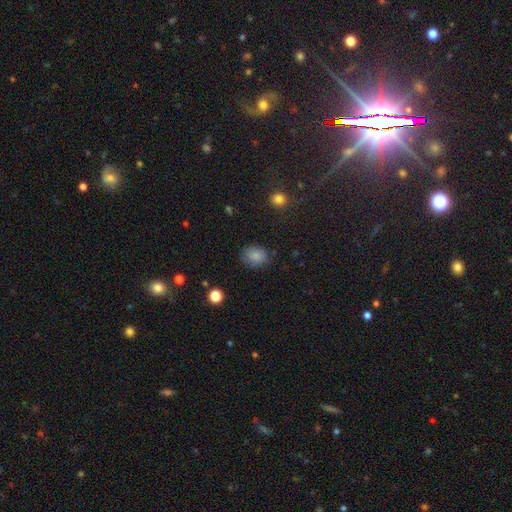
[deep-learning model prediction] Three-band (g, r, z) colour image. It shows a smooth galaxy with no disk features (84%) that is round (55%). Merging: none (81%).